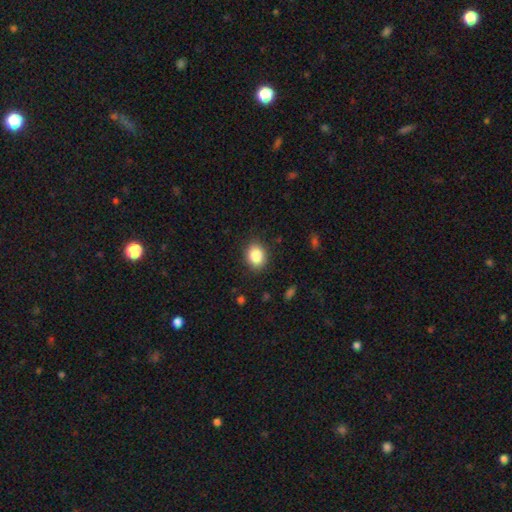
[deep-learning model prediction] A smooth galaxy with no disk features (85%) that is in between round and cigar-shaped (55%). Merging: none (87%).